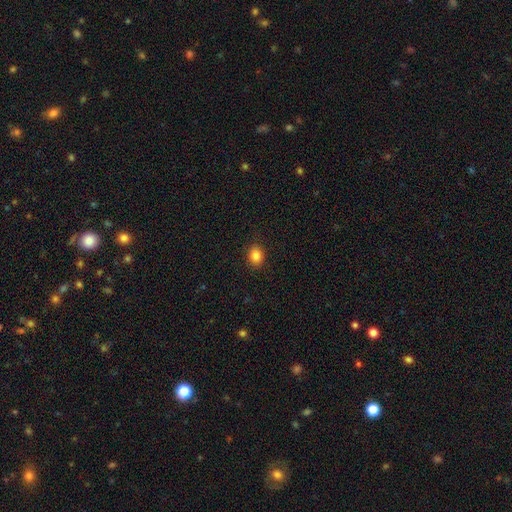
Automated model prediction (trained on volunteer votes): This appears to be a smooth galaxy with no disk features (86%) that is round (50%). Merging: none (90%).